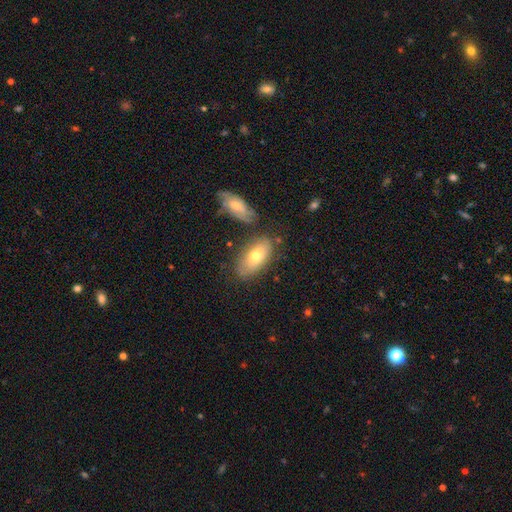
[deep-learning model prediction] Smooth or featured: smooth — 65% (featured or disk — 28%)
How rounded: in between — 91% (cigar-shaped — 5%)
Merging: none — 69% (minor disturbance — 16%)